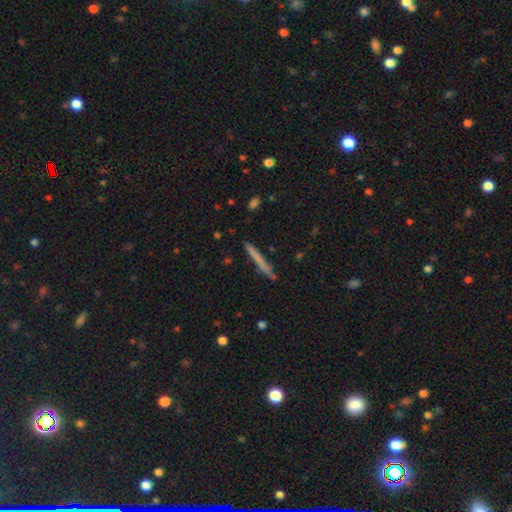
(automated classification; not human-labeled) This is likely a smooth galaxy (63%). How rounded: clearly cigar-shaped (97%). Merging: clearly none (87%).